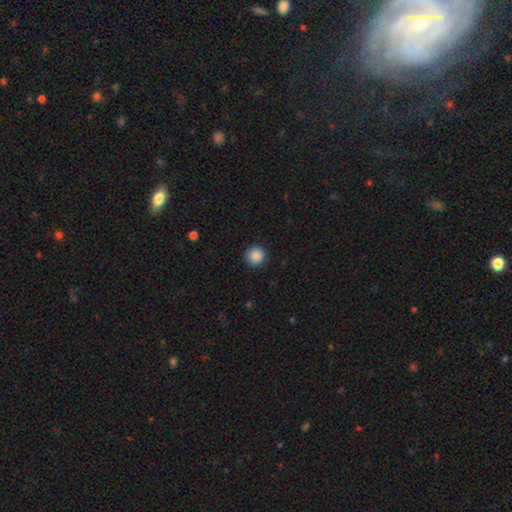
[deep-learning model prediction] Smooth or featured?
  - smooth: 89% *
  - star or artifact: 9%
  - featured or disk: 3%
How rounded?
  - round: 95% *
  - in between: 4%
  - cigar-shaped: 1%
Merging?
  - none: 92% *
  - minor disturbance: 5%
  - major disturbance: 2%
  - merger: 1%